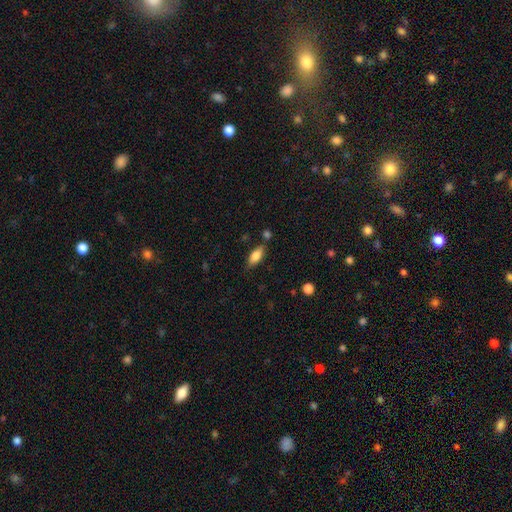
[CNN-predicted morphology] smooth 76%, featured or disk 17%, star or artifact 7%. Down the decision tree: how rounded — in between (79%); merging — none (72%).